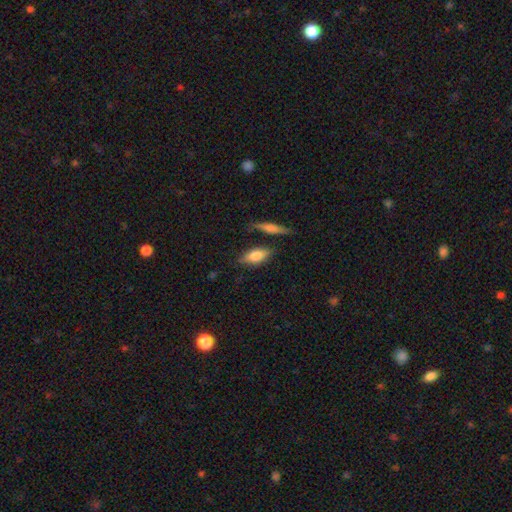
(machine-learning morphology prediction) This appears to be a smooth galaxy with no disk features (72%) that is in between round and cigar-shaped (75%). Merging: none (71%).